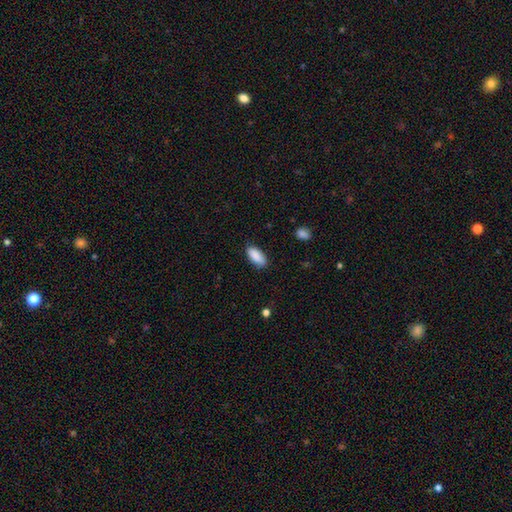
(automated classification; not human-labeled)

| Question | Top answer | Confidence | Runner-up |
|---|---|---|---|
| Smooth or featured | smooth | 89% | star or artifact (6%) |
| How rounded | in between | 85% | cigar-shaped (13%) |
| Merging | none | 83% | minor disturbance (13%) |